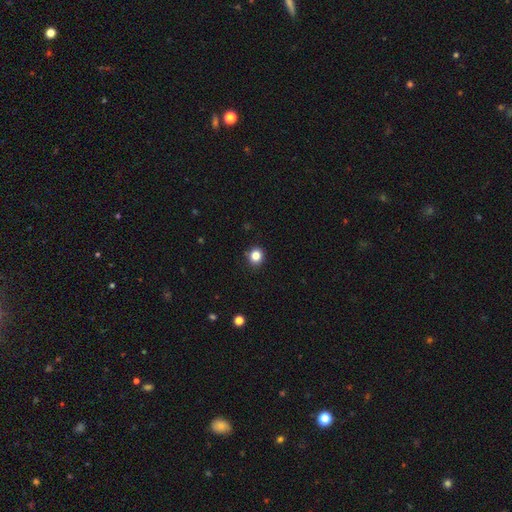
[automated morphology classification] A smooth galaxy with no disk features (84%) that is round (82%).

Vote fractions:
- Smooth or featured? smooth: 84% / star or artifact: 12% / featured or disk: 4%
- How rounded? round: 82% / in between: 17% / cigar-shaped: 1%
- Merging? none: 88% / minor disturbance: 8% / major disturbance: 2% / merger: 1%